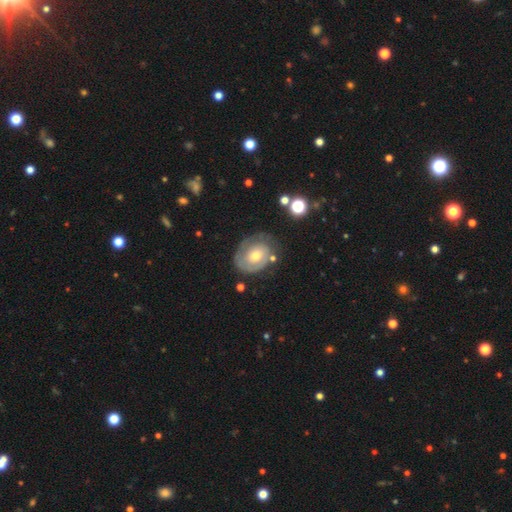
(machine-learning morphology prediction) A featured or disk galaxy (66%) with no bar (77%), spiral arms (77%) and a moderate central bulge (59%). Merging: none (67%).